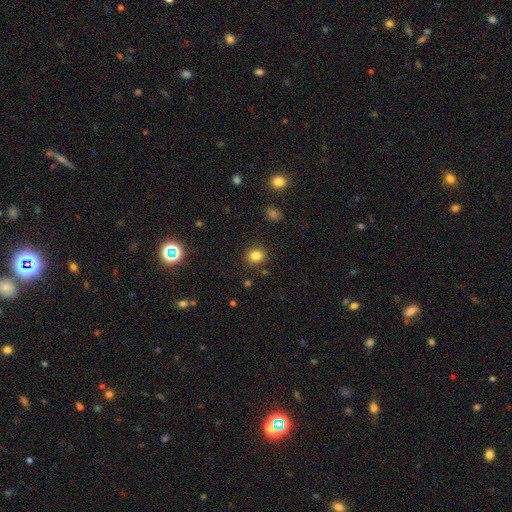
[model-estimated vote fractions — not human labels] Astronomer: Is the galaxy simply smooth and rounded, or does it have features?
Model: smooth — 82%.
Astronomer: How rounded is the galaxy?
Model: round — 82%.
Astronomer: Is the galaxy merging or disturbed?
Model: none — 88%.